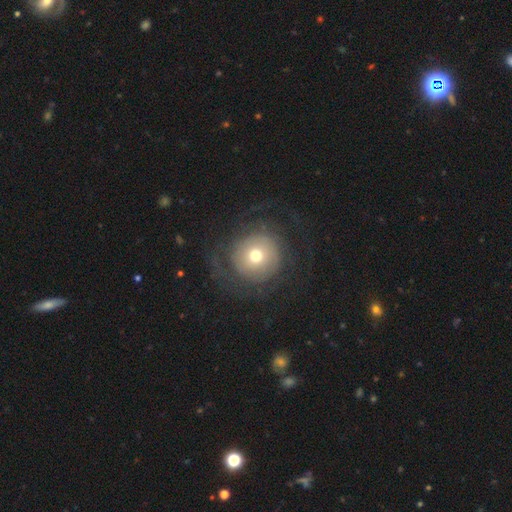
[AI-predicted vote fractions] Smooth or featured? smooth (54%)
How rounded? round (93%)
Merging? none (65%)